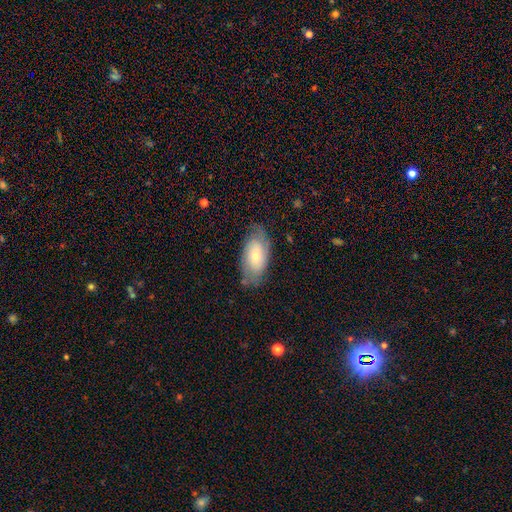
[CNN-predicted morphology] Smooth or featured? Predicted: smooth (p=0.59). How rounded? Predicted: in between (p=0.92). Merging? Predicted: none (p=0.71).